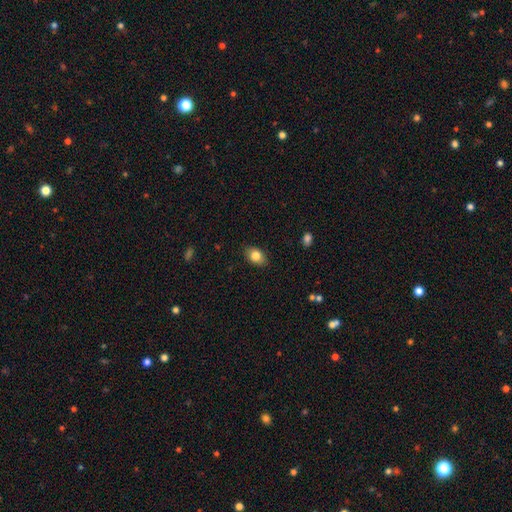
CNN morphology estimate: Overall: smooth (81%). How rounded: in between (81%). Merging: none (85%).